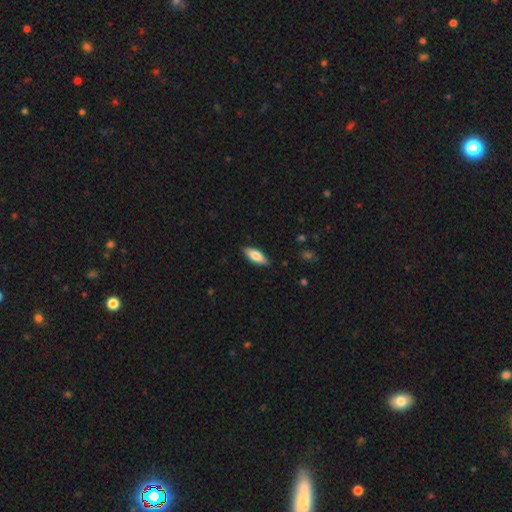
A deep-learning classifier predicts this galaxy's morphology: Smooth or featured?
  - smooth: 75% *
  - featured or disk: 19%
  - star or artifact: 6%
How rounded?
  - in between: 71% *
  - cigar-shaped: 27%
  - round: 2%
Merging?
  - none: 87% *
  - minor disturbance: 10%
  - major disturbance: 2%
  - merger: 1%